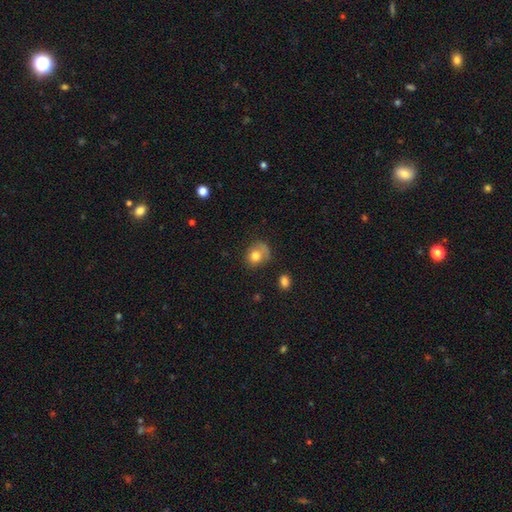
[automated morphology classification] A smooth galaxy with no disk features (75%) that is round (65%).

Vote fractions:
- Smooth or featured? smooth: 75% / featured or disk: 15% / star or artifact: 9%
- How rounded? round: 65% / in between: 34% / cigar-shaped: 1%
- Merging? none: 46% / minor disturbance: 28% / major disturbance: 20% / merger: 6%